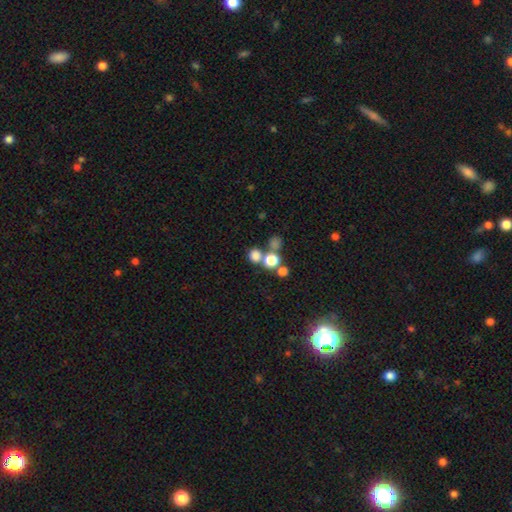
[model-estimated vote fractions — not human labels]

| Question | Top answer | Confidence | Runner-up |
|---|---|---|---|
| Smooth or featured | smooth | 75% | star or artifact (17%) |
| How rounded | round | 81% | in between (18%) |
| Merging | none | 52% | merger (36%) |